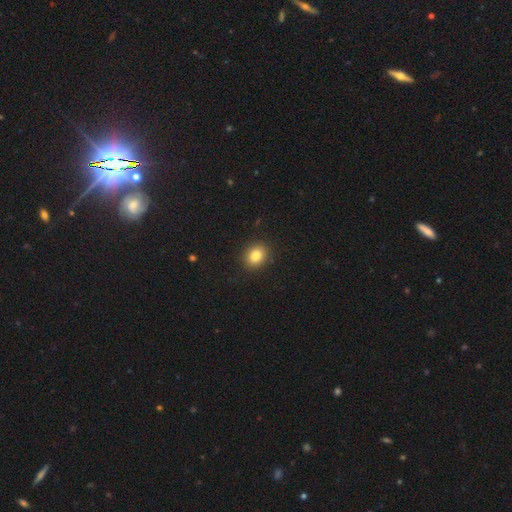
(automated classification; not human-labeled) A smooth galaxy with no disk features (84%) that is round (53%).

Vote fractions:
- Smooth or featured? smooth: 84% / star or artifact: 10% / featured or disk: 6%
- How rounded? round: 53% / in between: 46% / cigar-shaped: 1%
- Merging? none: 90% / minor disturbance: 7% / major disturbance: 2% / merger: 1%